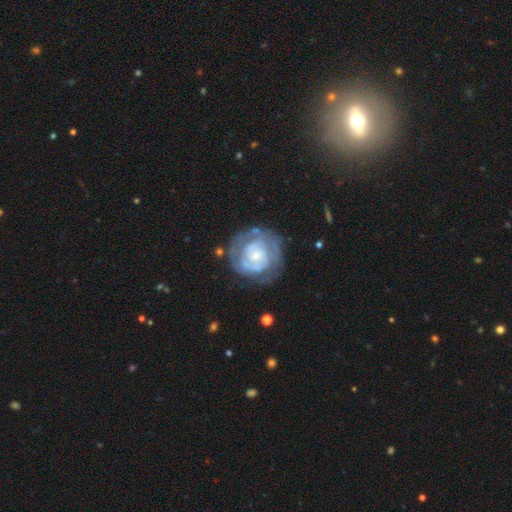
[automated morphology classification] Smooth or featured?
  - featured or disk: 76% *
  - smooth: 18%
  - star or artifact: 5%
Edge-on disk?
  - no: 98% *
  - yes: 2%
Bar?
  - no: 74% *
  - weak: 21%
  - strong: 4%
Spiral arms?
  - yes: 81% *
  - no: 19%
Spiral winding?
  - tight: 65% *
  - medium: 26%
  - loose: 9%
Spiral arm count?
  - can't tell: 38% *
  - 2: 37%
  - 3: 11%
  - 1: 6%
  - 4: 4%
  - more than 4: 3%
Bulge size?
  - small: 62% *
  - moderate: 27%
  - large: 5%
  - none: 5%
  - dominant: 1%
Merging?
  - none: 69% *
  - minor disturbance: 18%
  - major disturbance: 11%
  - merger: 3%